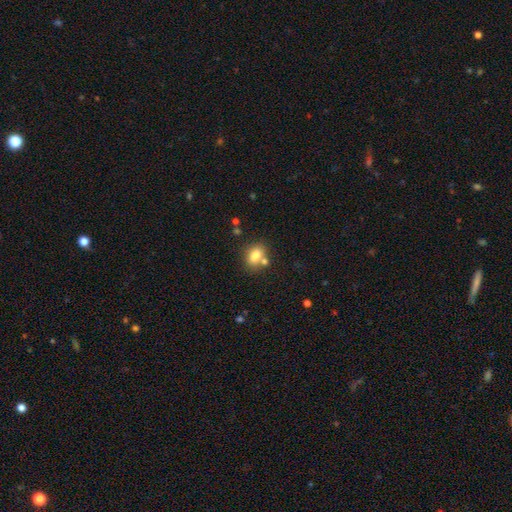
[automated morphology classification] This appears to be a smooth galaxy with no disk features (81%) that is in between round and cigar-shaped (71%). Merging: none (63%).